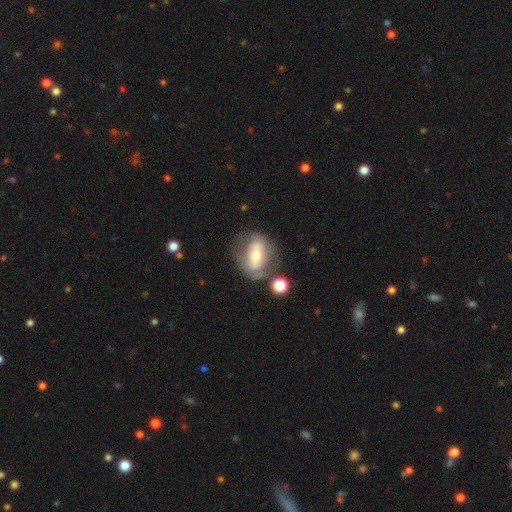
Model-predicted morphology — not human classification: This appears to be a featured or disk galaxy (55%) with a strong bar (35%), no spiral arms (50%, tied with yes) and a moderate central bulge (61%). Merging: none (57%).